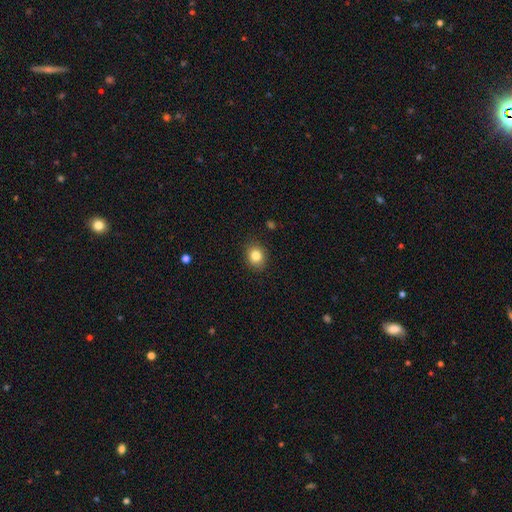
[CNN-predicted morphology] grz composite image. It shows a smooth galaxy with no disk features (82%) that is round (64%). Merging: none (88%).